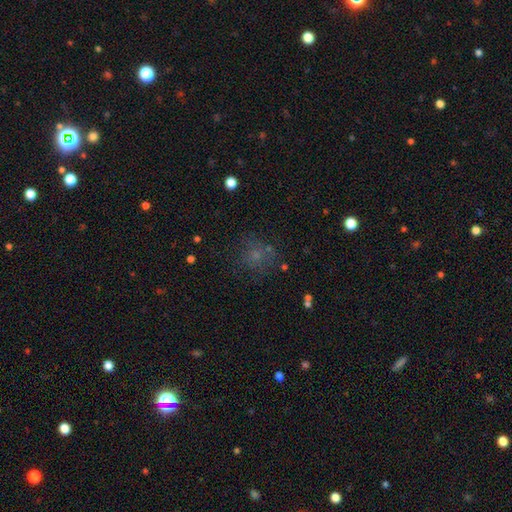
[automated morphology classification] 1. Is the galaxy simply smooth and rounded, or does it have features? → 56% smooth, 27% star or artifact, 17% featured or disk.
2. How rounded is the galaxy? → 83% round, 15% in between, 1% cigar-shaped.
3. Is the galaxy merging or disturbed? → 68% none, 16% minor disturbance, 12% major disturbance, 4% merger.